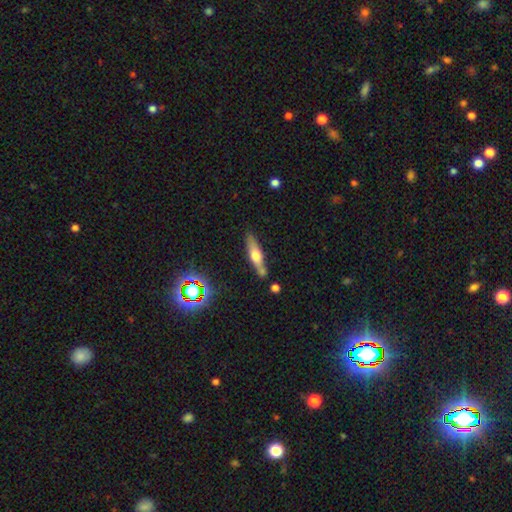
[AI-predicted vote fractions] Morphology: type=featured or disk (49%); merging=none (72%).